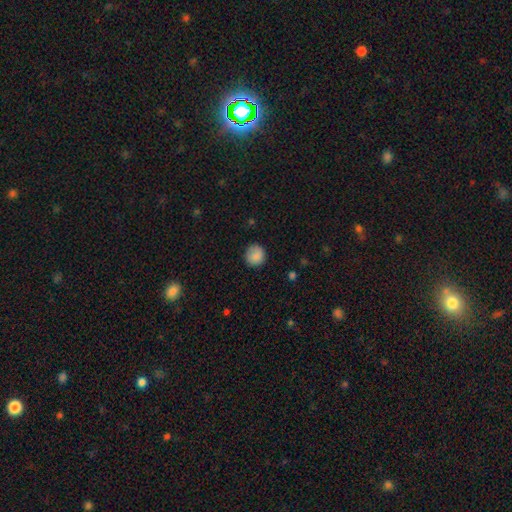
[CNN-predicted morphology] Smooth or featured? Predicted: smooth (p=0.87). How rounded? Predicted: round (p=0.89). Merging? Predicted: none (p=0.82).